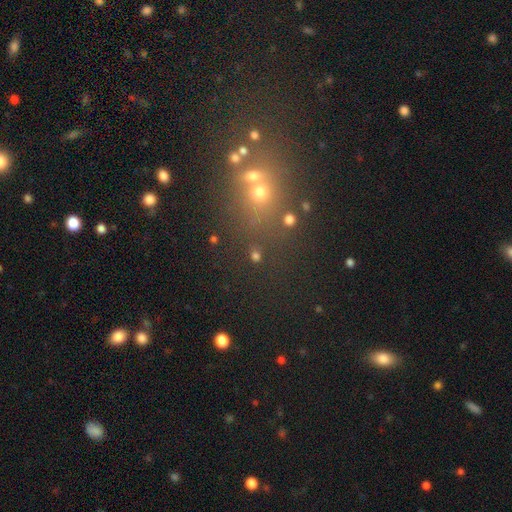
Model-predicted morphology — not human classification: A smooth galaxy with no disk features (65%) that is round (77%).

Vote fractions:
- Smooth or featured? smooth: 65% / star or artifact: 27% / featured or disk: 8%
- How rounded? round: 77% / in between: 21% / cigar-shaped: 2%
- Merging? none: 69% / merger: 17% / minor disturbance: 9% / major disturbance: 5%